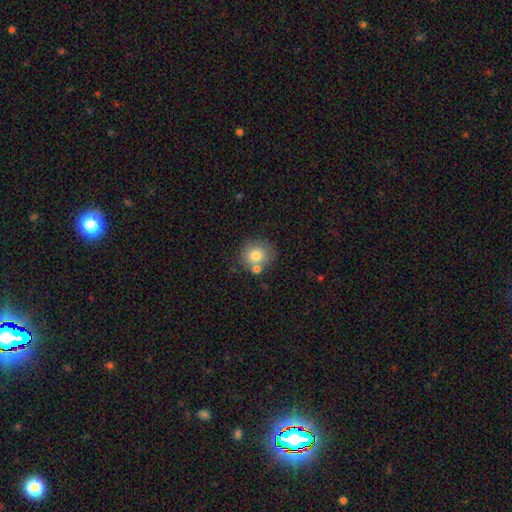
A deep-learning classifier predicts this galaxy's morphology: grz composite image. It shows a smooth galaxy with no disk features (78%) that is round (82%). Merging: none (65%).